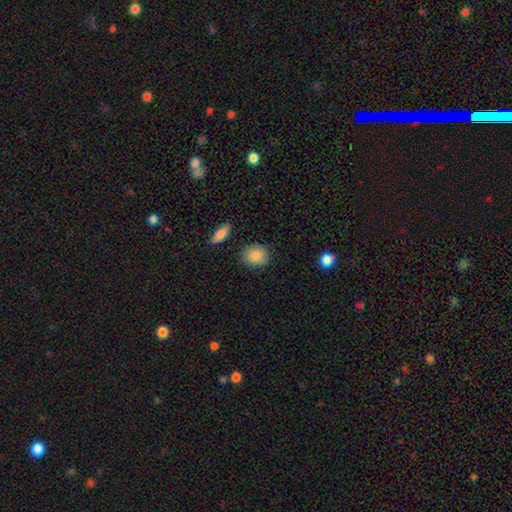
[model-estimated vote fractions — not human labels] Smooth or featured?
  - smooth: 87% *
  - star or artifact: 7%
  - featured or disk: 6%
How rounded?
  - round: 60% *
  - in between: 38%
  - cigar-shaped: 2%
Merging?
  - none: 84% *
  - minor disturbance: 11%
  - major disturbance: 3%
  - merger: 2%